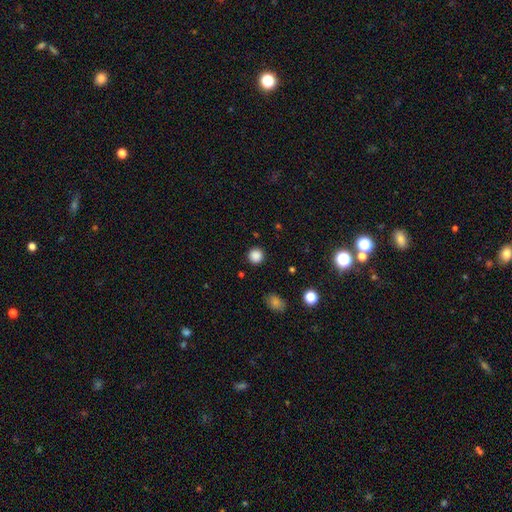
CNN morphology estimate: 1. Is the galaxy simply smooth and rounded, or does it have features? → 86% smooth, 11% star or artifact, 3% featured or disk.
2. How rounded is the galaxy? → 93% round, 6% in between, 1% cigar-shaped.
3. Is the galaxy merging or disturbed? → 90% none, 6% minor disturbance, 2% major disturbance, 2% merger.